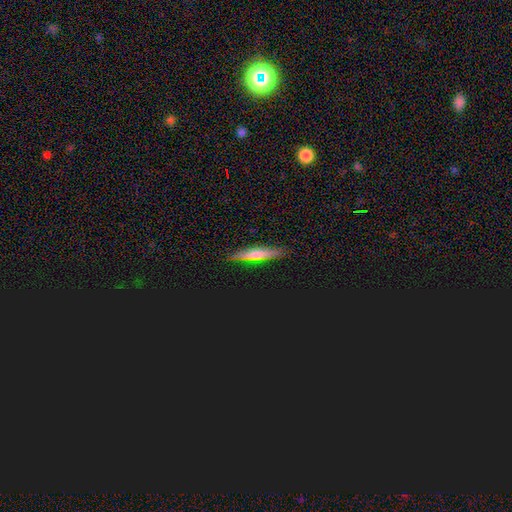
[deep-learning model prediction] The model was most divided on "smooth or featured": smooth: 51%, featured or disk: 34%, star or artifact: 15%. More confident: merging — none (89%); how rounded — cigar-shaped (87%).